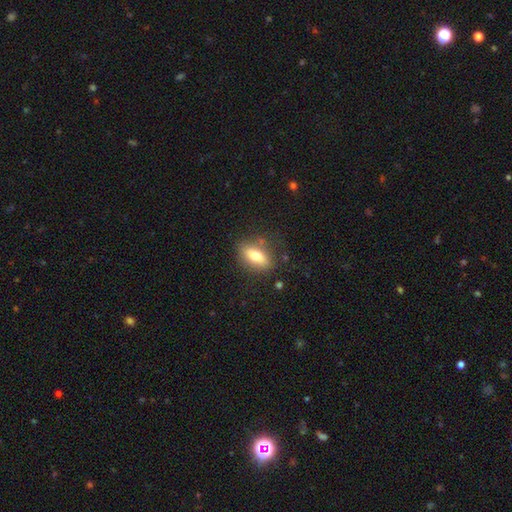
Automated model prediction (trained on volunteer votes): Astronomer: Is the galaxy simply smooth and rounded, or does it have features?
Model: smooth — 72%.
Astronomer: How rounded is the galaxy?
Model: in between — 77%.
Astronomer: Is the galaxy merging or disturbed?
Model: none — 78%.